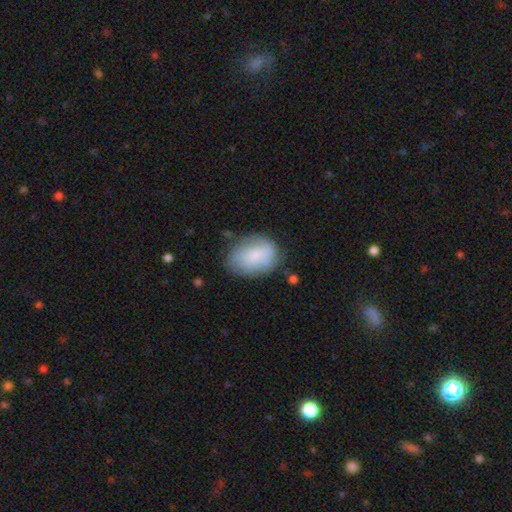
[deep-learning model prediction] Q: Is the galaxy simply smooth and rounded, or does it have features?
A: smooth — 64%.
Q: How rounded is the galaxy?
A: in between — 74%.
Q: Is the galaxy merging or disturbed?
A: none — 62%.